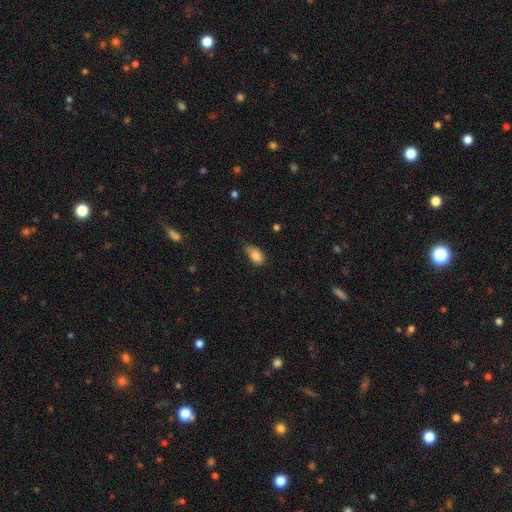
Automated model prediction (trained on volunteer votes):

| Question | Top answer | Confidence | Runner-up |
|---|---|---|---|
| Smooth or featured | smooth | 85% | star or artifact (8%) |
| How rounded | in between | 89% | round (9%) |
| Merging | none | 46% | minor disturbance (42%) |